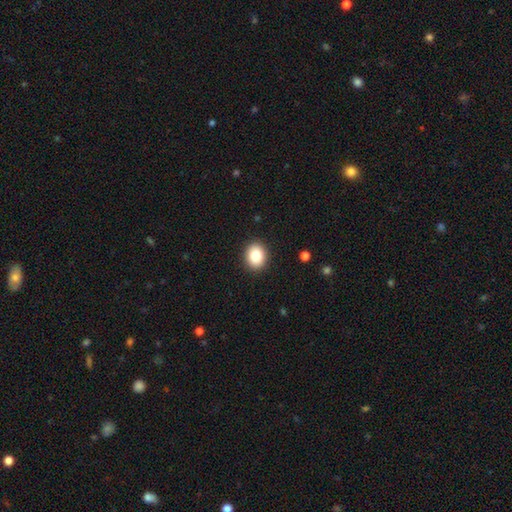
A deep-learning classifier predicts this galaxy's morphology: smooth 84%, star or artifact 9%, featured or disk 7%. Down the decision tree: how rounded — round (60%); merging — none (91%).